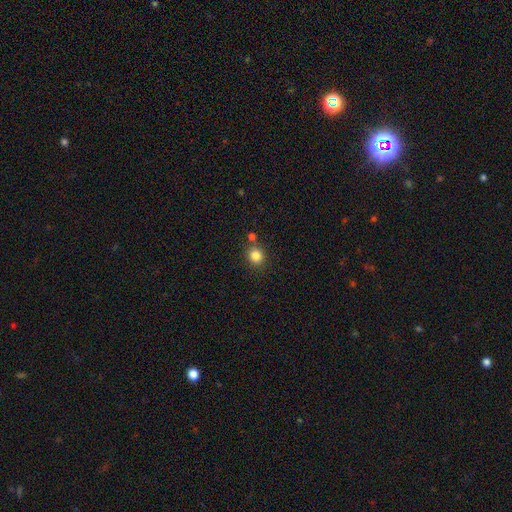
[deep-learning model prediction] smooth 83%, star or artifact 11%, featured or disk 5%. Down the decision tree: how rounded — round (86%); merging — none (75%).